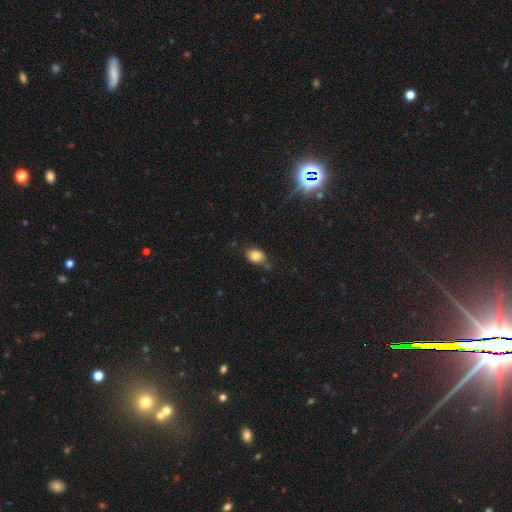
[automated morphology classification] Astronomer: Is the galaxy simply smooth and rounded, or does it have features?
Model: smooth — 82%.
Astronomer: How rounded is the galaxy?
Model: in between — 69%.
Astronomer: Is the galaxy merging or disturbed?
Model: none — 71%.